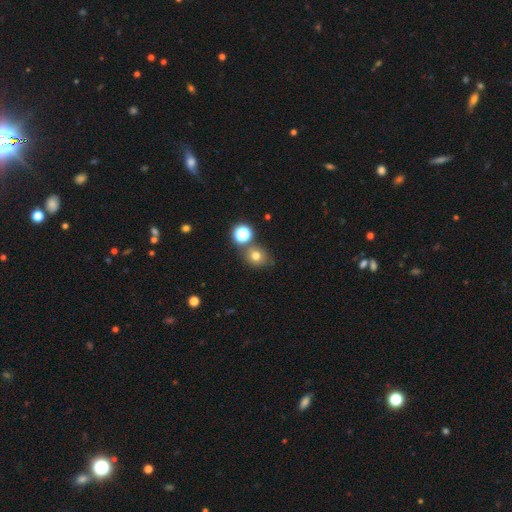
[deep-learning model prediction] smooth-or-featured: smooth: 70% | star or artifact: 19% | featured or disk: 10%
  how-rounded: round: 71% | in between: 28% | cigar-shaped: 1%
  merging: none: 68% | merger: 16% | minor disturbance: 12% | major disturbance: 4%